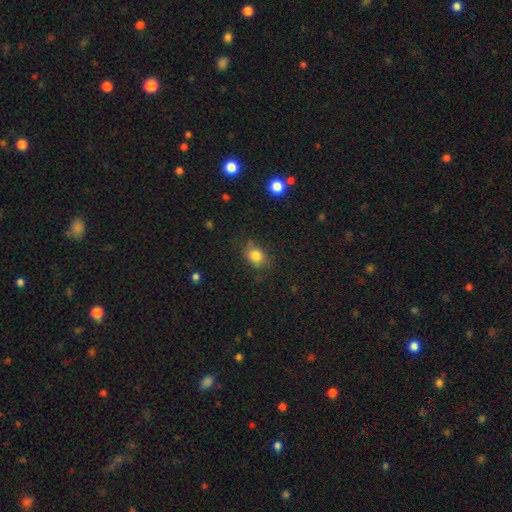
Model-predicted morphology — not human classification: The model was most divided on "how rounded": in between: 50%, round: 48%, cigar-shaped: 1%. More confident: smooth or featured — smooth (82%); merging — none (71%).